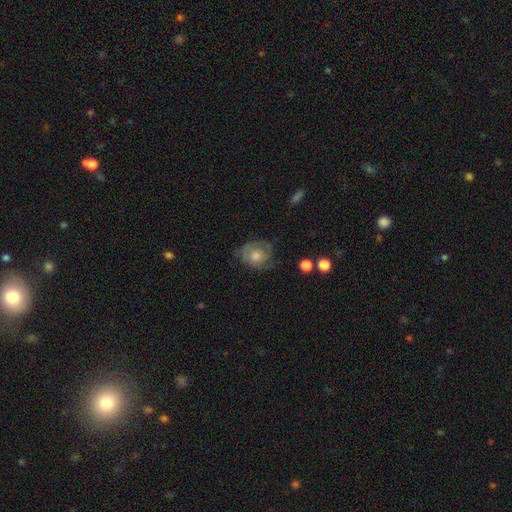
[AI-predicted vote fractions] featured or disk 48%, smooth 42%, star or artifact 10%. Down the decision tree: merging — none (63%).